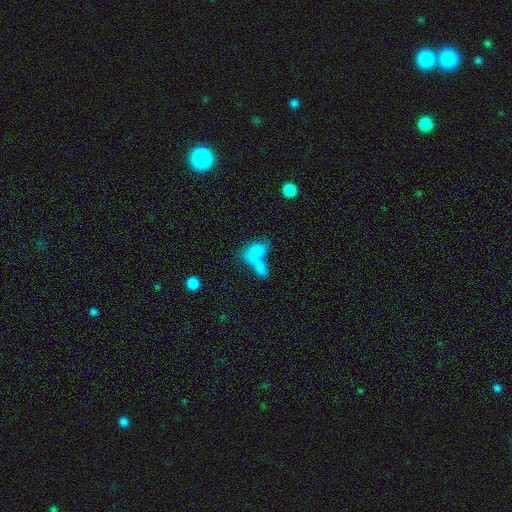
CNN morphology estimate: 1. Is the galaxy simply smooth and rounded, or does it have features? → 71% smooth, 18% featured or disk, 10% star or artifact.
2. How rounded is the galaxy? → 76% in between, 12% cigar-shaped, 11% round.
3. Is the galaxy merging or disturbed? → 65% merger, 20% none, 8% major disturbance, 7% minor disturbance.